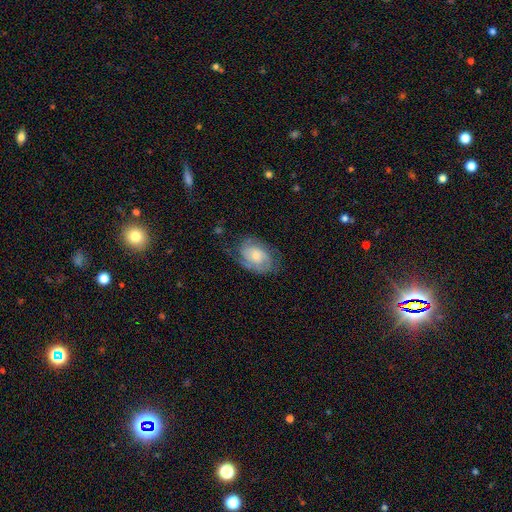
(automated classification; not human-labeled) Overall: featured or disk (67%). Edge-on disk: no (97%). Bar: no (67%; weak 29%). Spiral arms: yes (90%). Spiral arm count: 2 (59%; can't tell 21%). Spiral winding: tight (45%; medium 39%). Bulge size: moderate (43%; small 40%). Merging: none (60%; minor disturbance 24%).